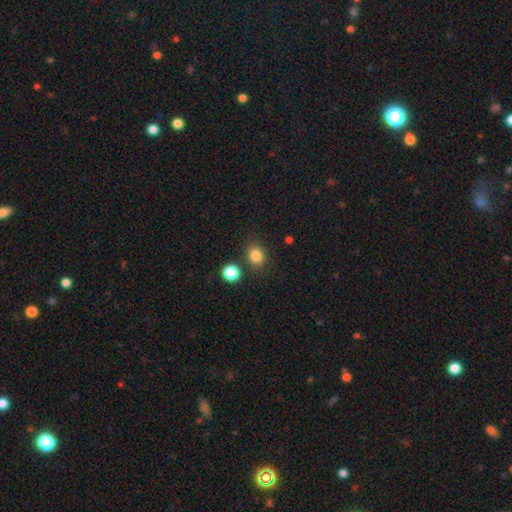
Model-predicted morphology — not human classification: Smooth or featured: smooth — 83% (star or artifact — 12%)
How rounded: round — 65% (in between — 34%)
Merging: none — 80% (minor disturbance — 10%)